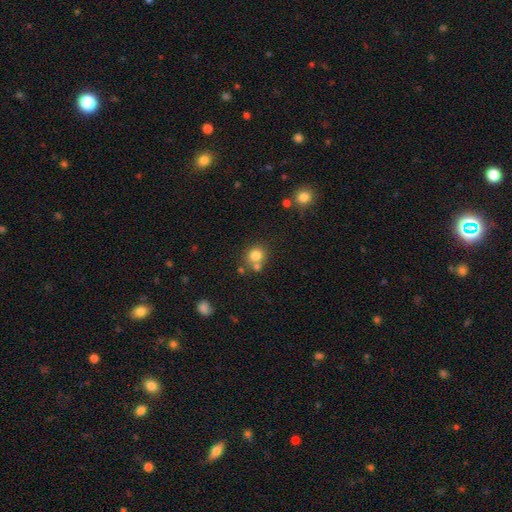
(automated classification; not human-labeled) Smooth or featured: smooth — 79% (star or artifact — 12%)
How rounded: round — 85% (in between — 14%)
Merging: none — 63% (merger — 24%)